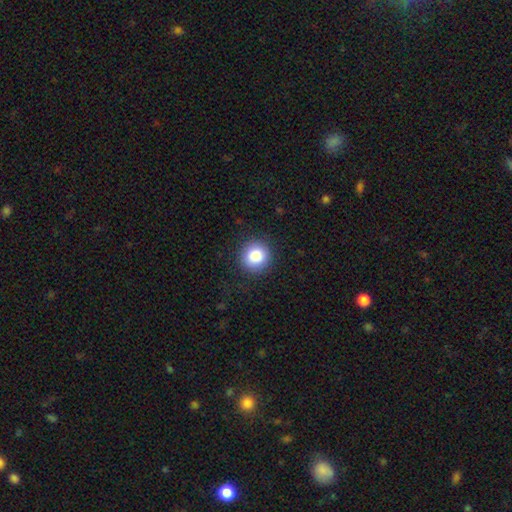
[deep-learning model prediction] Smooth or featured?
  - smooth: 85% *
  - star or artifact: 9%
  - featured or disk: 6%
How rounded?
  - round: 93% *
  - in between: 6%
  - cigar-shaped: 1%
Merging?
  - none: 89% *
  - minor disturbance: 8%
  - major disturbance: 3%
  - merger: 1%